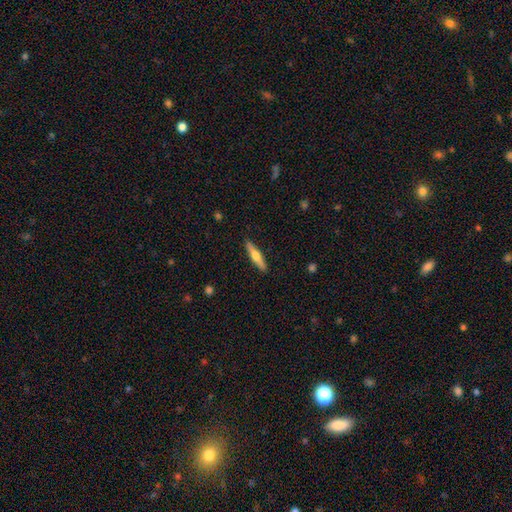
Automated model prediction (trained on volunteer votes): featured or disk 50%, smooth 45%, star or artifact 5%. Down the decision tree: merging — none (91%).